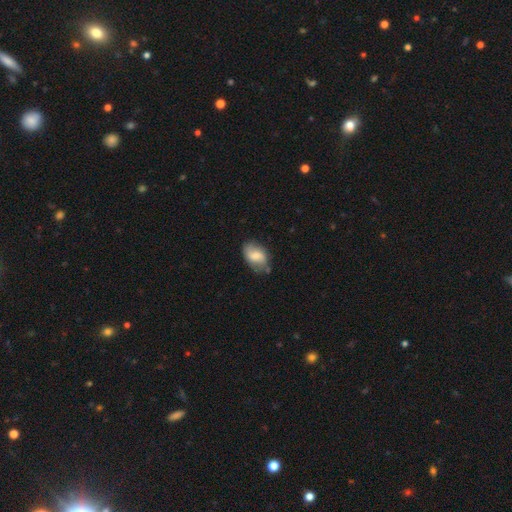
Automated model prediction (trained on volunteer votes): Smooth or featured? smooth (65%)
How rounded? in between (88%)
Merging? none (66%)